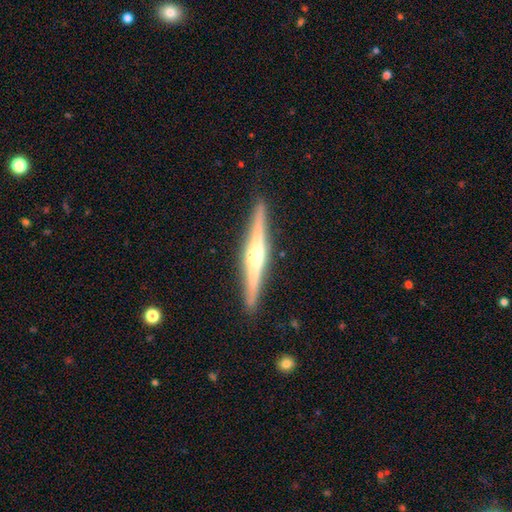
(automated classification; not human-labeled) The model was most divided on "smooth or featured": featured or disk: 82%, smooth: 14%, star or artifact: 5%. More confident: edge-on disk — yes (98%); merging — none (92%); edge-on bulge — rounded (89%).